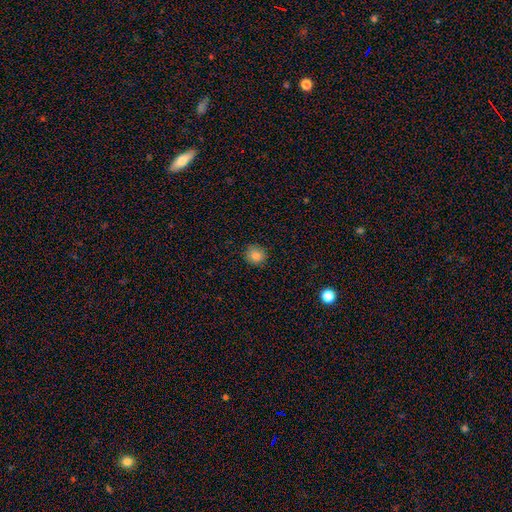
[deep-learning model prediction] smooth-or-featured: smooth: 84% | star or artifact: 11% | featured or disk: 5%
  how-rounded: round: 88% | in between: 11% | cigar-shaped: 1%
  merging: none: 90% | minor disturbance: 7% | major disturbance: 2% | merger: 1%